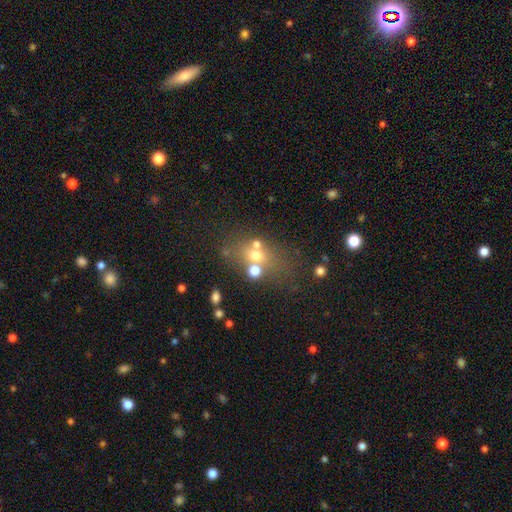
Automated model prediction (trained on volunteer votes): smooth-or-featured: smooth: 56% | featured or disk: 24% | star or artifact: 20%
  how-rounded: round: 52% | in between: 46% | cigar-shaped: 2%
  merging: none: 51% | merger: 30% | minor disturbance: 11% | major disturbance: 7%